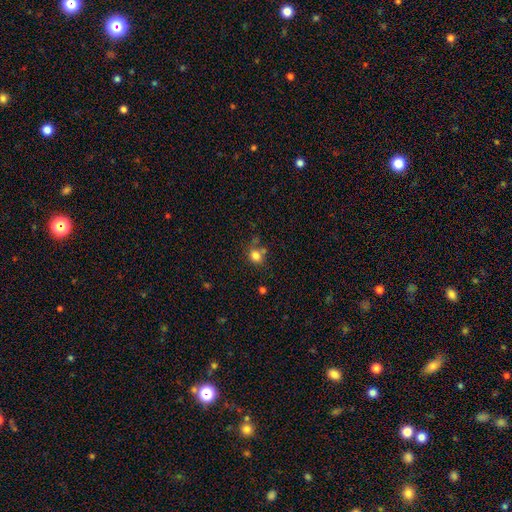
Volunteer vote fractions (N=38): Q: Smooth or featured?
A: smooth (87%); runner-up: star or artifact (8%)
Q: How rounded?
A: round (64%); runner-up: in between (33%)
Q: Merging?
A: none (74%); runner-up: minor disturbance (17%)